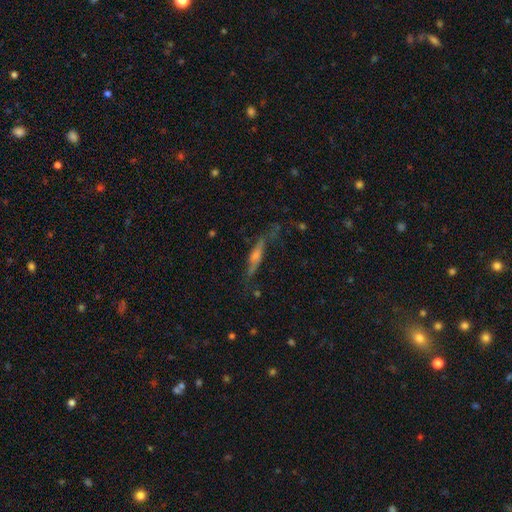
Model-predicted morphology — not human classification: Smooth or featured?
  - featured or disk: 62% *
  - smooth: 26%
  - star or artifact: 12%
Edge-on disk?
  - yes: 86% *
  - no: 14%
Edge-on bulge?
  - rounded: 71% *
  - none: 15%
  - boxy: 14%
Merging?
  - none: 64% *
  - minor disturbance: 21%
  - major disturbance: 12%
  - merger: 3%